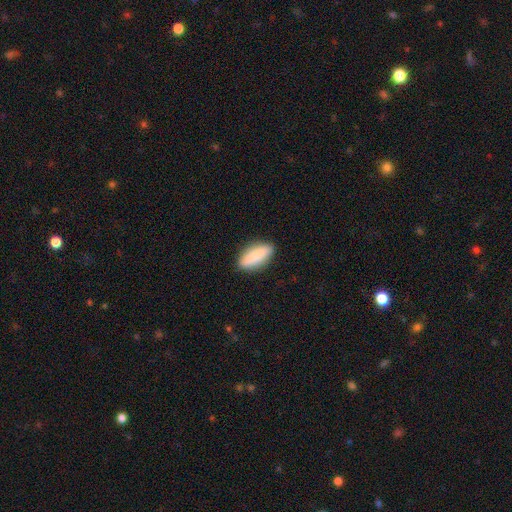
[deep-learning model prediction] smooth-or-featured: smooth: 86% | featured or disk: 8% | star or artifact: 6%
  how-rounded: in between: 75% | cigar-shaped: 23% | round: 3%
  merging: none: 87% | minor disturbance: 10% | major disturbance: 2% | merger: 1%